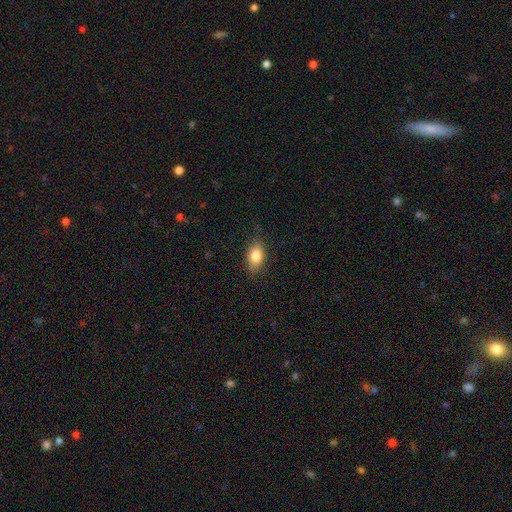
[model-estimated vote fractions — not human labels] The model was most divided on "merging": none: 82%, minor disturbance: 14%, major disturbance: 3%, merger: 1%. More confident: how rounded — in between (87%); smooth or featured — smooth (82%).